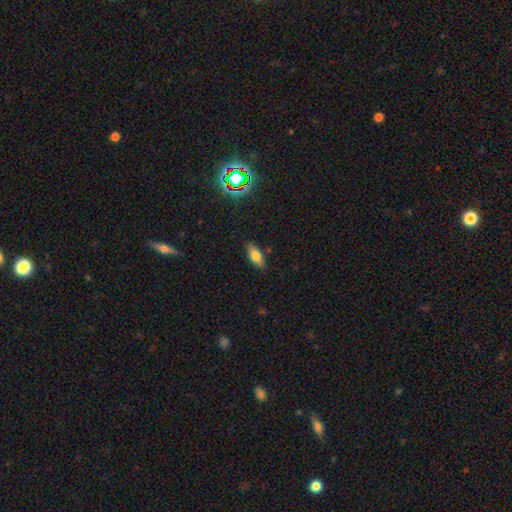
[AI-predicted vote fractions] smooth-or-featured: smooth: 71% | featured or disk: 18% | star or artifact: 10%
  how-rounded: in between: 77% | cigar-shaped: 19% | round: 3%
  merging: none: 85% | minor disturbance: 11% | major disturbance: 2% | merger: 2%